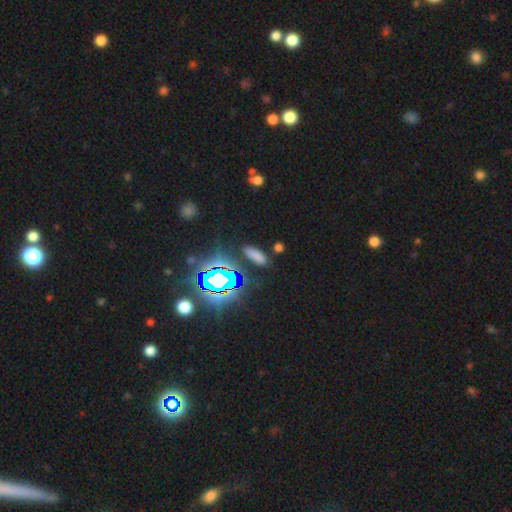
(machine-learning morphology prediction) A smooth galaxy with no disk features (64%) that is in between round and cigar-shaped (63%).

Vote fractions:
- Smooth or featured? smooth: 64% / star or artifact: 28% / featured or disk: 8%
- How rounded? in between: 63% / cigar-shaped: 32% / round: 5%
- Merging? none: 84% / minor disturbance: 9% / major disturbance: 3% / merger: 3%